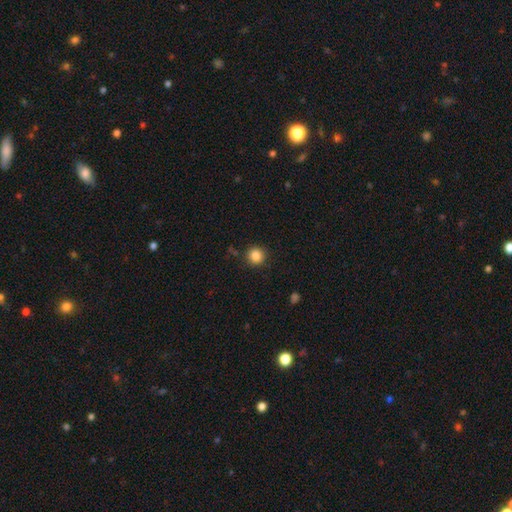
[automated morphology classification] type=smooth (85%); roundness=round (92%); merging=none (89%).